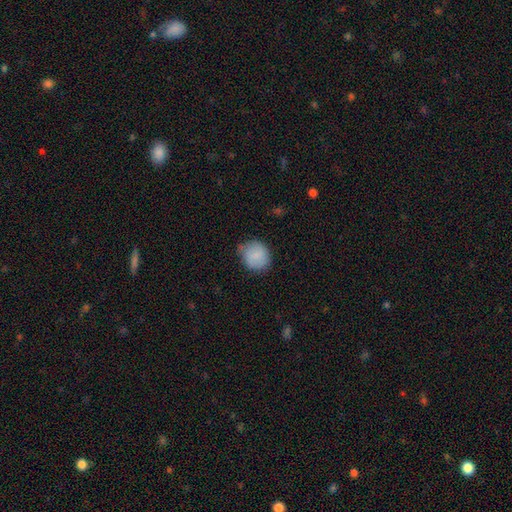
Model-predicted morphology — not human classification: Smooth or featured: smooth — 84% (featured or disk — 9%)
How rounded: round — 76% (in between — 23%)
Merging: none — 64% (minor disturbance — 29%)